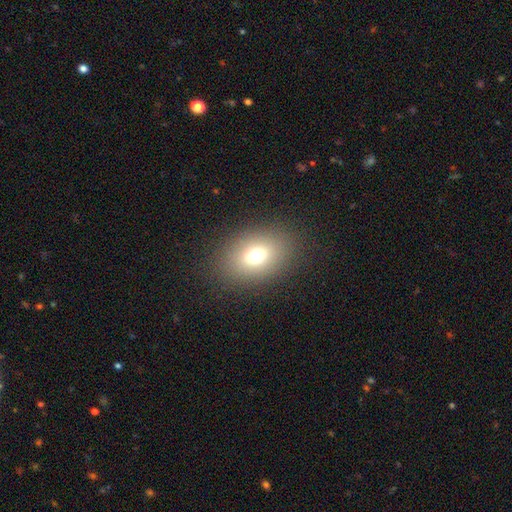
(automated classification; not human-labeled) The model was most divided on "how rounded": in between: 72%, round: 26%, cigar-shaped: 1%. More confident: merging — none (85%); smooth or featured — smooth (72%).